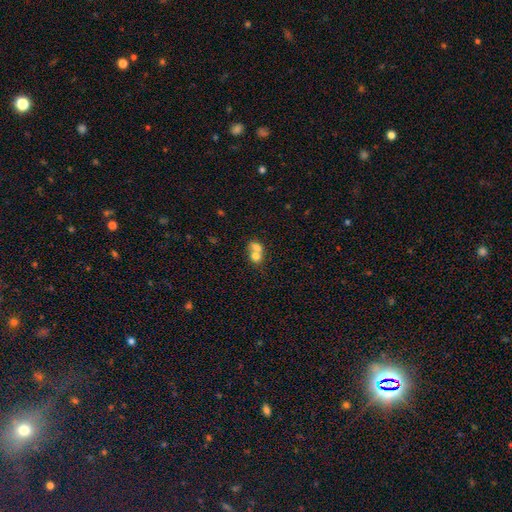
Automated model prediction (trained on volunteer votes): smooth_or_featured: smooth (p=0.70) [alt: featured or disk p=0.20]
how_rounded: round (p=0.63) [alt: in between p=0.36]
merging: merger (p=0.72) [alt: none p=0.20]